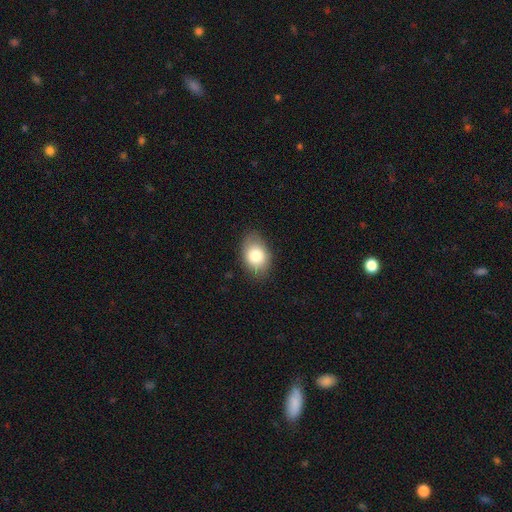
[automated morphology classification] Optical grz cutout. It shows a smooth galaxy with no disk features (81%) that is in between round and cigar-shaped (77%). Merging: none (81%).